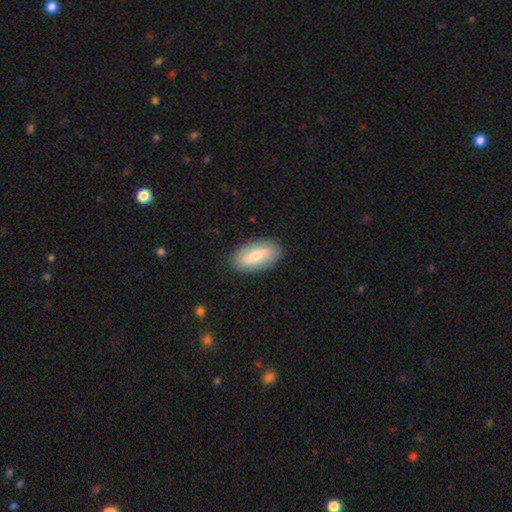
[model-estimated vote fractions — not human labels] smooth-or-featured: smooth: 61% | featured or disk: 34% | star or artifact: 6%
  how-rounded: in between: 90% | cigar-shaped: 6% | round: 3%
  merging: none: 87% | minor disturbance: 9% | major disturbance: 2% | merger: 1%